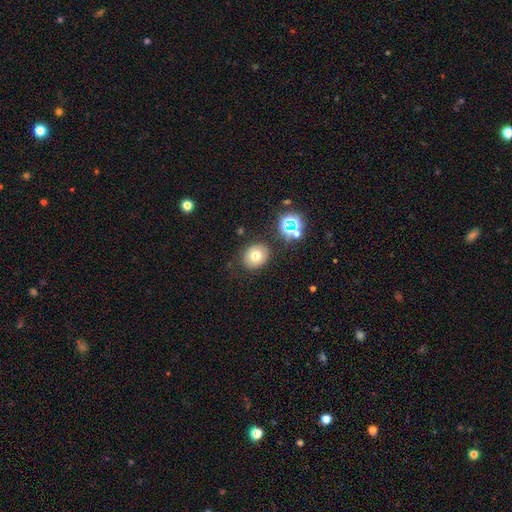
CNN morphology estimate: Smooth or featured?
  - smooth: 71% *
  - star or artifact: 15%
  - featured or disk: 13%
How rounded?
  - round: 69% *
  - in between: 30%
  - cigar-shaped: 1%
Merging?
  - none: 83% *
  - minor disturbance: 9%
  - merger: 4%
  - major disturbance: 3%